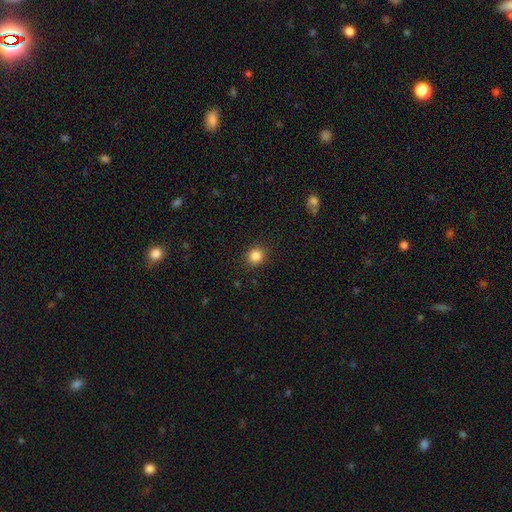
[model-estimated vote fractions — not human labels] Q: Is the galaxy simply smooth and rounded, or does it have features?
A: smooth — 85%.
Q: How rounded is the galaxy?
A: round — 85%.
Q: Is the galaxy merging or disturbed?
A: none — 90%.